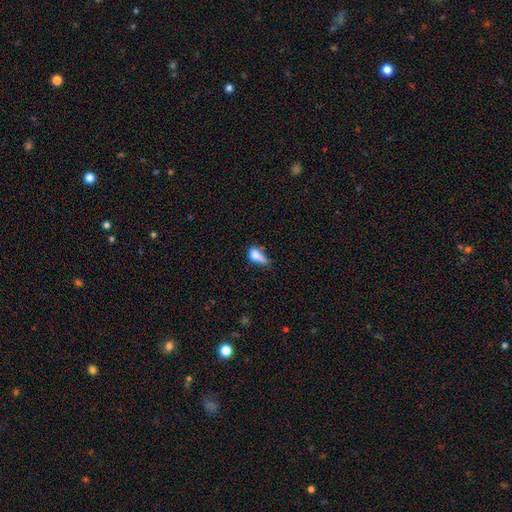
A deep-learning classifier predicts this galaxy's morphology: This appears to be a smooth galaxy with no disk features (72%) that is in between round and cigar-shaped (77%). Merging: minor disturbance (35%).